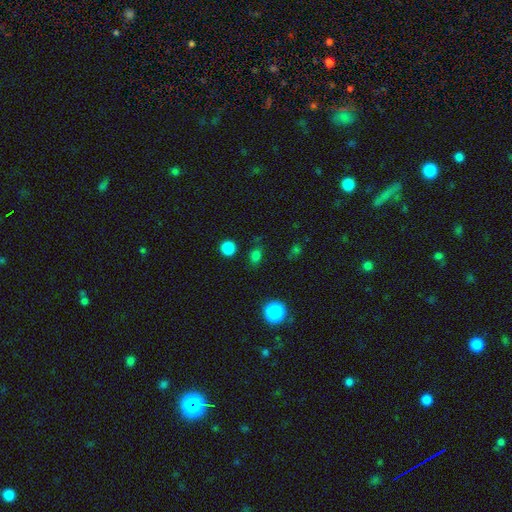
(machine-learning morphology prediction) Smooth or featured? smooth (76%)
How rounded? round (57%)
Merging? none (83%)